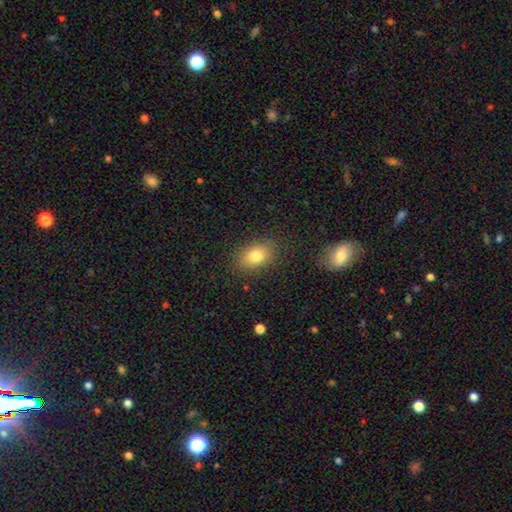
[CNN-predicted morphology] smooth_or_featured: smooth (p=0.80) [alt: featured or disk p=0.10]
how_rounded: in between (p=0.81) [alt: round p=0.17]
merging: none (p=0.85) [alt: minor disturbance p=0.10]